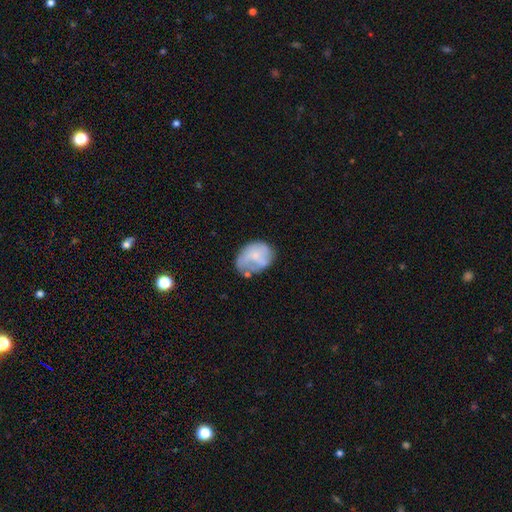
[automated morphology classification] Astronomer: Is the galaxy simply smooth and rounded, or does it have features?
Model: smooth — 52% (runner-up: featured or disk, 40%).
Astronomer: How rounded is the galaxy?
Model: in between — 64%.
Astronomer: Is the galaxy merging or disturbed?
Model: none — 44% (runner-up: minor disturbance, 31%).